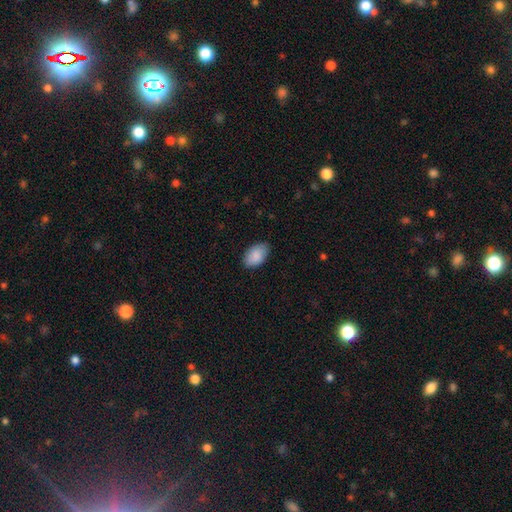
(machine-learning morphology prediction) A smooth galaxy with no disk features (89%) that is in between round and cigar-shaped (93%).

Vote fractions:
- Smooth or featured? smooth: 89% / star or artifact: 6% / featured or disk: 5%
- How rounded? in between: 93% / round: 5% / cigar-shaped: 1%
- Merging? none: 84% / minor disturbance: 13% / major disturbance: 2% / merger: 1%